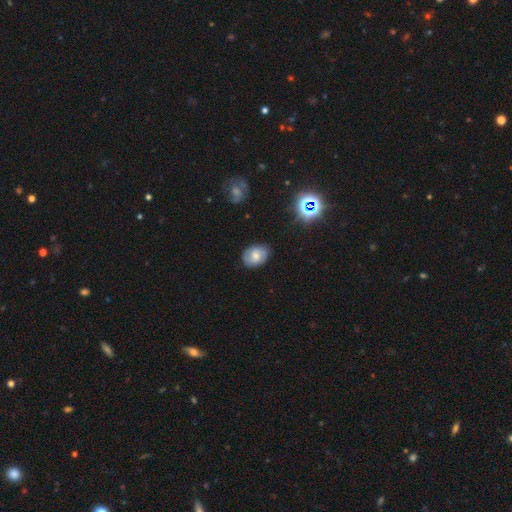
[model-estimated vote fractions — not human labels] smooth_or_featured: smooth (p=0.53) [alt: featured or disk p=0.35]
how_rounded: in between (p=0.62) [alt: round p=0.37]
merging: none (p=0.82) [alt: minor disturbance p=0.14]